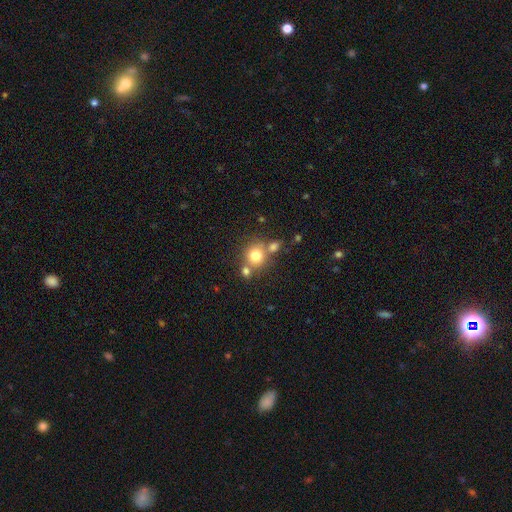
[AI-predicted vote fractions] A smooth galaxy with no disk features (75%) that is round (86%).

Vote fractions:
- Smooth or featured? smooth: 75% / star or artifact: 13% / featured or disk: 12%
- How rounded? round: 86% / in between: 14% / cigar-shaped: 1%
- Merging? none: 57% / merger: 29% / minor disturbance: 10% / major disturbance: 4%